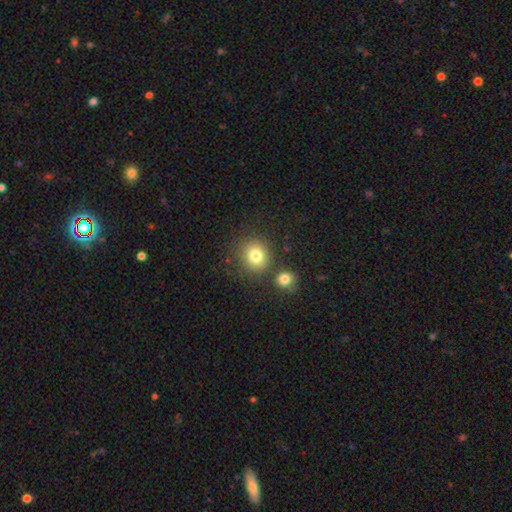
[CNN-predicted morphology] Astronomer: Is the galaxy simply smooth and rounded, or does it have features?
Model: smooth — 80%.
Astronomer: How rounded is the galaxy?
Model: round — 84%.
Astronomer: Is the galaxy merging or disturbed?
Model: none — 72%.